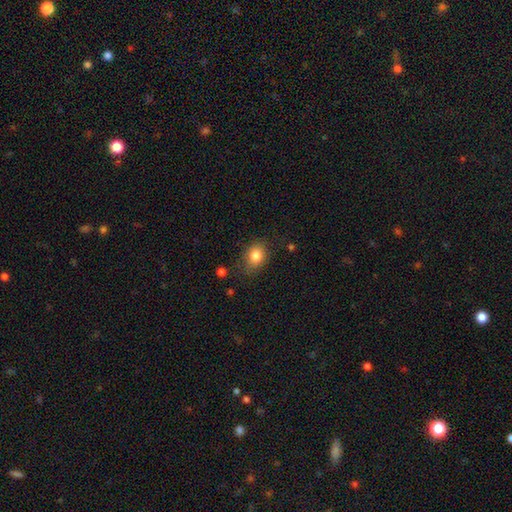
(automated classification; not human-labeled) A smooth galaxy with no disk features (83%) that is in between round and cigar-shaped (57%). Merging: none (77%).